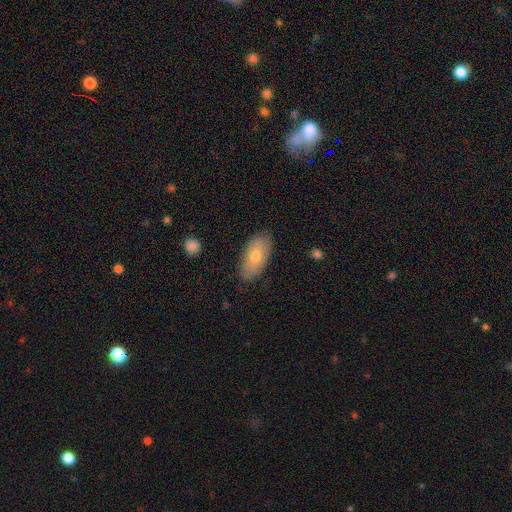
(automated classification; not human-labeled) Smooth or featured?
  - smooth: 69% *
  - featured or disk: 25%
  - star or artifact: 7%
How rounded?
  - in between: 92% *
  - cigar-shaped: 5%
  - round: 3%
Merging?
  - none: 85% *
  - minor disturbance: 12%
  - major disturbance: 2%
  - merger: 1%